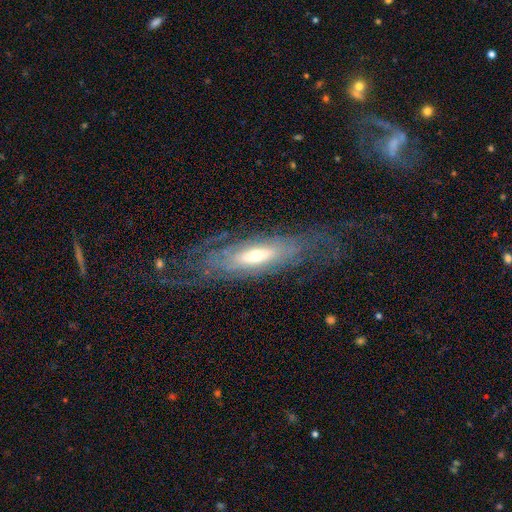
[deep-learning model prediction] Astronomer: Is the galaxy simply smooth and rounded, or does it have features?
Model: featured or disk — 79%.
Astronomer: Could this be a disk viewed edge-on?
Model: no — 75%.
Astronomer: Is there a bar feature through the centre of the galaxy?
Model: no — 59%.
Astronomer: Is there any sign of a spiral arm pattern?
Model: yes — 82%.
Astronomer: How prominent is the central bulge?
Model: moderate — 52% (runner-up: small, 39%).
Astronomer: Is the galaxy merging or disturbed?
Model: none — 66%.